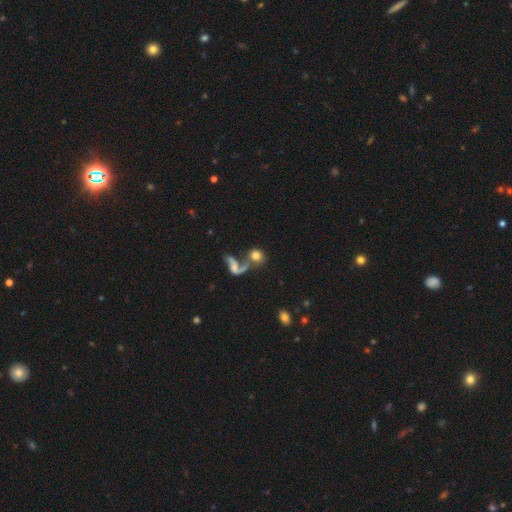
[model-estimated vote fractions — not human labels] Overall: smooth (70%). How rounded: round (78%). Merging: none (40%, tied with merger).